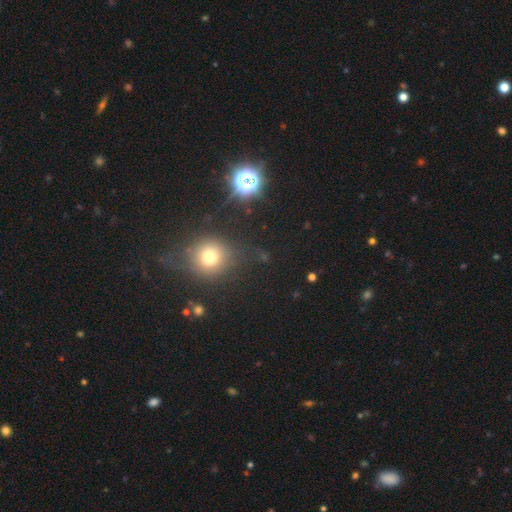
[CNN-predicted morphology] Smooth or featured? smooth (51%)
How rounded? round (85%)
Merging? none (82%)